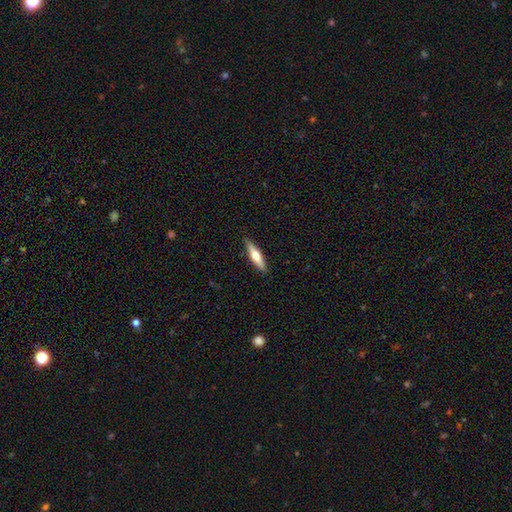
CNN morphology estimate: A smooth galaxy with no disk features (51%) that is cigar-shaped (76%).

Vote fractions:
- Smooth or featured? smooth: 51% / featured or disk: 44% / star or artifact: 6%
- How rounded? cigar-shaped: 76% / in between: 22% / round: 2%
- Merging? none: 90% / minor disturbance: 8% / major disturbance: 2% / merger: 1%